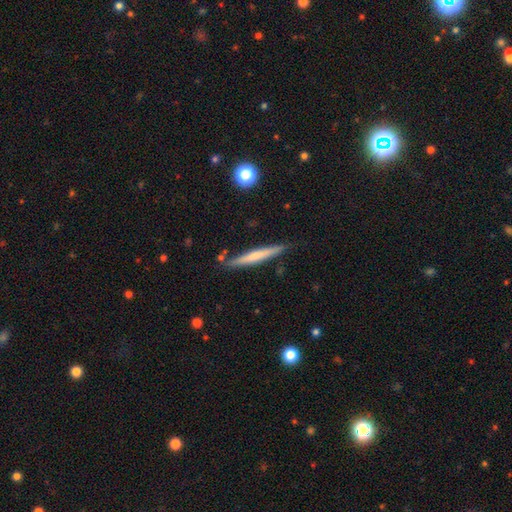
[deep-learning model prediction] Q: Smooth or featured?
A: smooth (52%); runner-up: featured or disk (42%)
Q: How rounded?
A: cigar-shaped (95%); runner-up: in between (3%)
Q: Merging?
A: none (84%); runner-up: minor disturbance (11%)